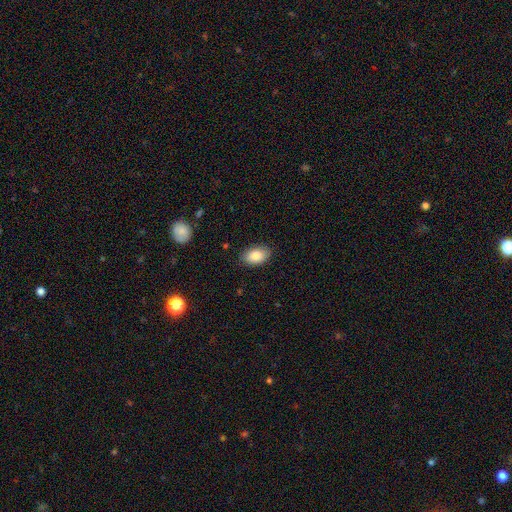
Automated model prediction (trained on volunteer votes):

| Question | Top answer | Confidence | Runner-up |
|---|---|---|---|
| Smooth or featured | smooth | 85% | featured or disk (8%) |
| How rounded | in between | 92% | round (7%) |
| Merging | none | 85% | minor disturbance (11%) |